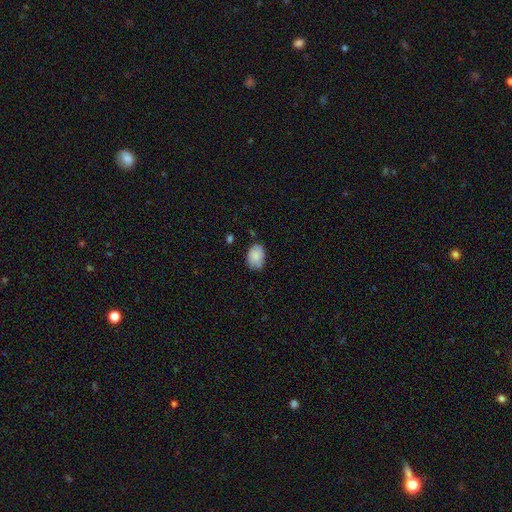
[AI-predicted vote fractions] This is clearly a smooth galaxy (85%). How rounded: clearly in between (82%). Merging: likely none (73%).